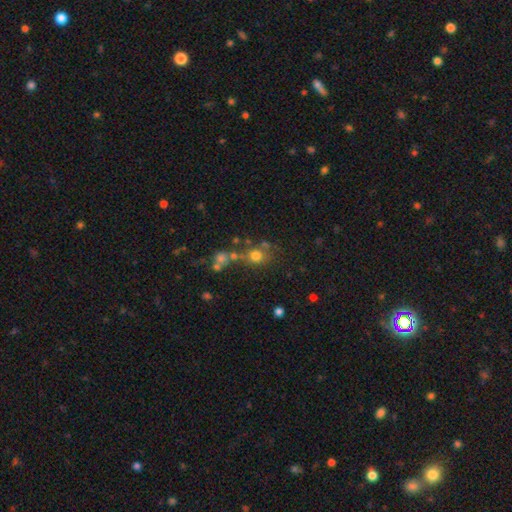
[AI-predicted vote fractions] Overall: smooth (68%). How rounded: round (81%). Merging: none (56%; merger 23%).